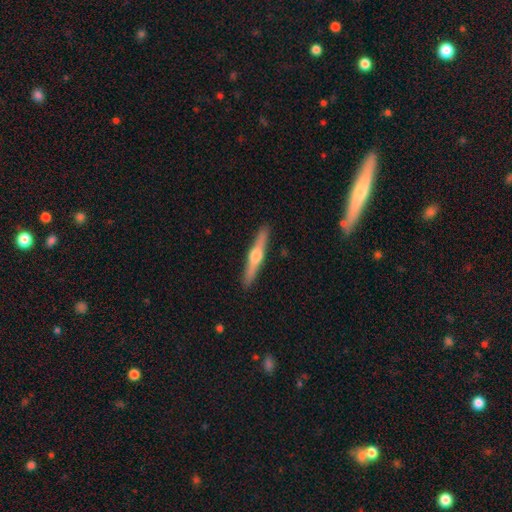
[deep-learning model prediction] Morphology: type=featured or disk (68%); edge-on=yes (97%); edge-on bulge=rounded (94%); merging=none (92%).